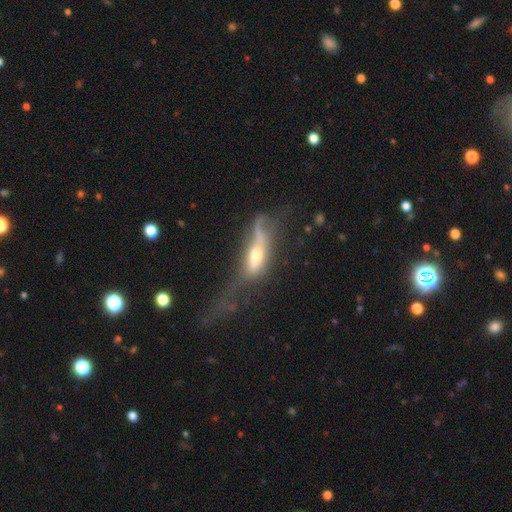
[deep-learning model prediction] smooth-or-featured: featured or disk: 54% | smooth: 38% | star or artifact: 8%
  disk-edge-on: yes: 52% | no: 48%
  merging: major disturbance: 53% | none: 20% | minor disturbance: 19% | merger: 8%